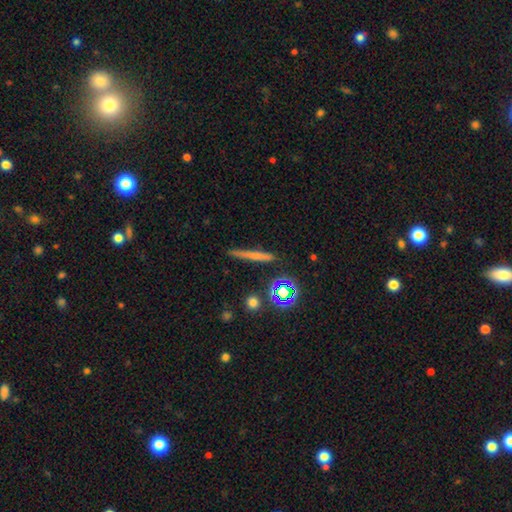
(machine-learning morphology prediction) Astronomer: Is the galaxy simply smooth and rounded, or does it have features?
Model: smooth — 52% (runner-up: featured or disk, 33%).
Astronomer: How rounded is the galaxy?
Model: cigar-shaped — 87%.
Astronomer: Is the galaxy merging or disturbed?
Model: none — 85%.